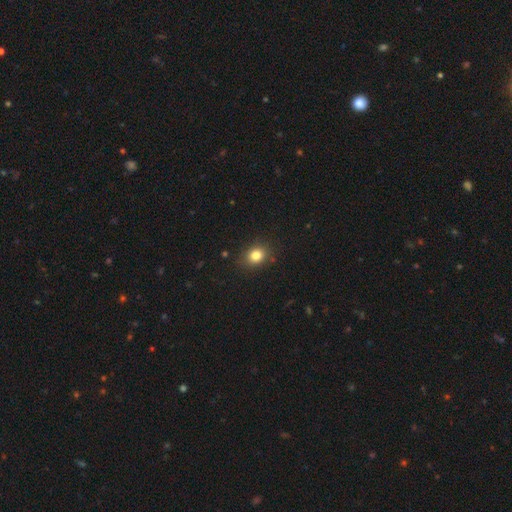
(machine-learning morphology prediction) type=smooth (82%); roundness=round (55%); merging=none (84%).